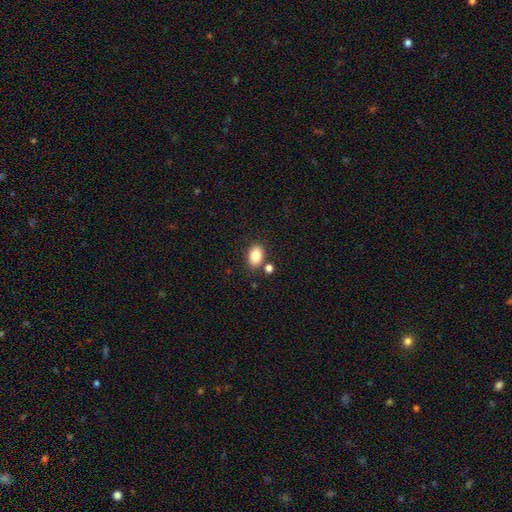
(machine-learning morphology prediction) smooth 84%, star or artifact 9%, featured or disk 7%. Down the decision tree: how rounded — in between (82%); merging — none (76%).